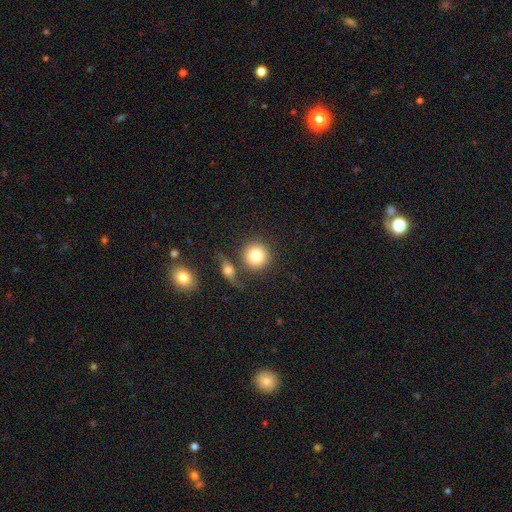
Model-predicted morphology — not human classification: Q: Smooth or featured?
A: smooth (80%); runner-up: featured or disk (12%)
Q: How rounded?
A: round (92%); runner-up: in between (7%)
Q: Merging?
A: none (70%); runner-up: merger (16%)